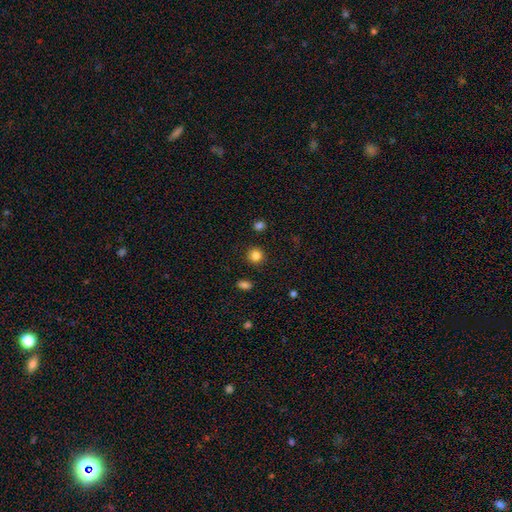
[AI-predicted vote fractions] Smooth or featured? smooth (85%)
How rounded? round (91%)
Merging? none (90%)